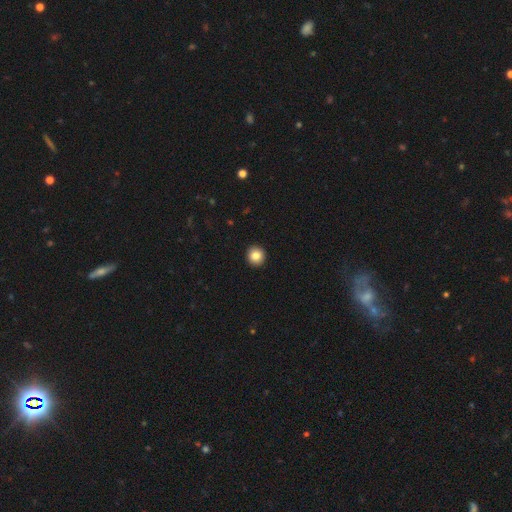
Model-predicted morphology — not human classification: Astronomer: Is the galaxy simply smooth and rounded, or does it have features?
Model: smooth — 85%.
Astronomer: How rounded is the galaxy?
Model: round — 93%.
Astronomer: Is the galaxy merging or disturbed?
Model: none — 94%.